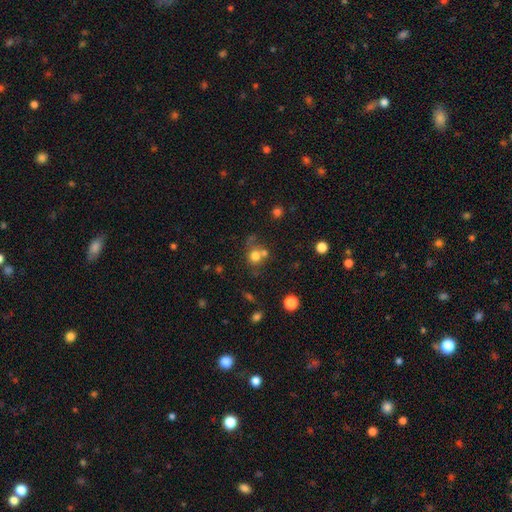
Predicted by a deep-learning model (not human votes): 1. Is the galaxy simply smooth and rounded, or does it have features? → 73% smooth, 15% star or artifact, 11% featured or disk.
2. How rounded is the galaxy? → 84% round, 15% in between, 1% cigar-shaped.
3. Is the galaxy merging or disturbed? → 49% none, 35% merger, 11% minor disturbance, 5% major disturbance.